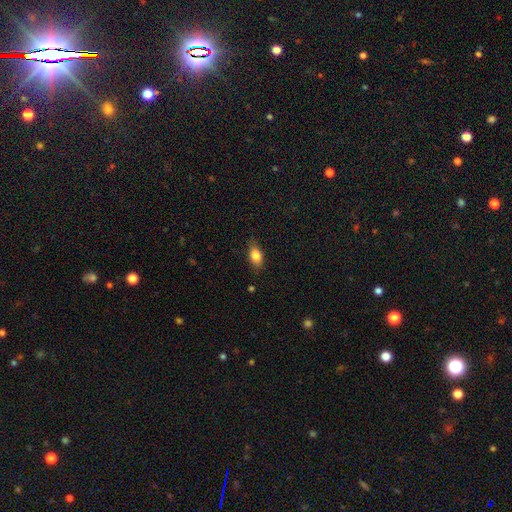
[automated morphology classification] A smooth galaxy with no disk features (82%) that is in between round and cigar-shaped (83%).

Vote fractions:
- Smooth or featured? smooth: 82% / featured or disk: 10% / star or artifact: 8%
- How rounded? in between: 83% / round: 11% / cigar-shaped: 6%
- Merging? none: 77% / minor disturbance: 19% / major disturbance: 4% / merger: 1%